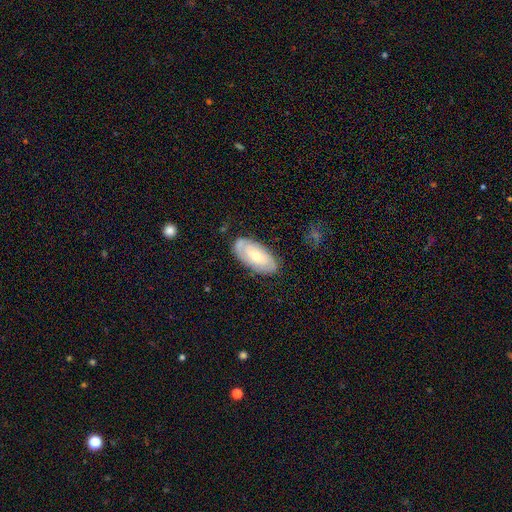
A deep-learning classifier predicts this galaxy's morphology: Q: Smooth or featured?
A: featured or disk (62%); runner-up: smooth (32%)
Q: Edge-on disk?
A: no (92%); runner-up: yes (8%)
Q: Bar?
A: no (62%); runner-up: weak (30%)
Q: Spiral arms?
A: yes (82%); runner-up: no (18%)
Q: Bulge size?
A: moderate (48%); runner-up: small (46%)
Q: Merging?
A: none (80%); runner-up: minor disturbance (15%)